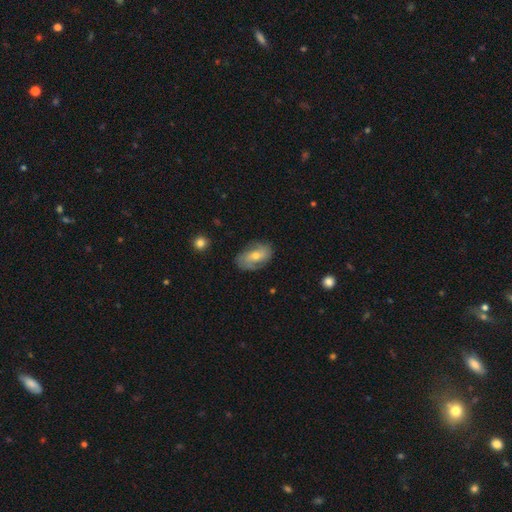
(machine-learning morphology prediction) Q: Smooth or featured?
A: featured or disk (55%); runner-up: smooth (37%)
Q: Edge-on disk?
A: no (93%); runner-up: yes (7%)
Q: Bar?
A: no (54%); runner-up: weak (35%)
Q: Spiral arms?
A: yes (78%); runner-up: no (22%)
Q: Bulge size?
A: moderate (54%); runner-up: small (41%)
Q: Merging?
A: none (76%); runner-up: minor disturbance (18%)